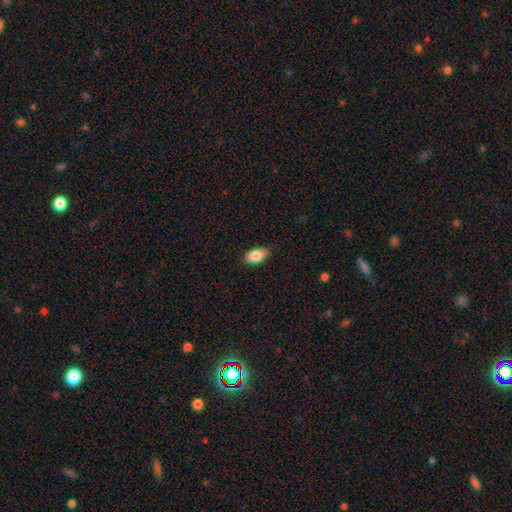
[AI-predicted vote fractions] Q: Smooth or featured?
A: smooth (85%); runner-up: featured or disk (7%)
Q: How rounded?
A: in between (91%); runner-up: round (7%)
Q: Merging?
A: none (85%); runner-up: minor disturbance (12%)